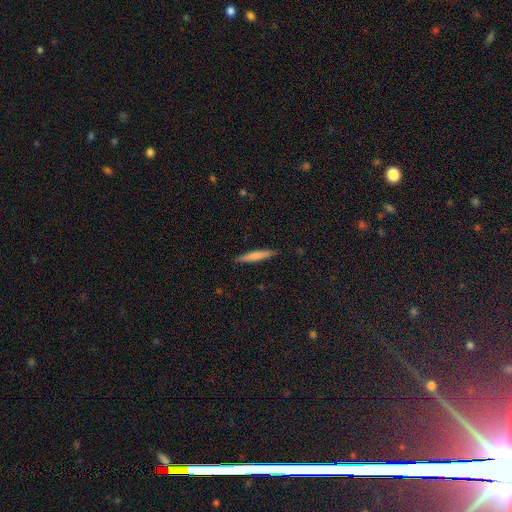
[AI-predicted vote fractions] Smooth or featured?
  - smooth: 70% *
  - featured or disk: 24%
  - star or artifact: 6%
How rounded?
  - cigar-shaped: 94% *
  - in between: 5%
  - round: 1%
Merging?
  - none: 90% *
  - minor disturbance: 7%
  - major disturbance: 2%
  - merger: 1%